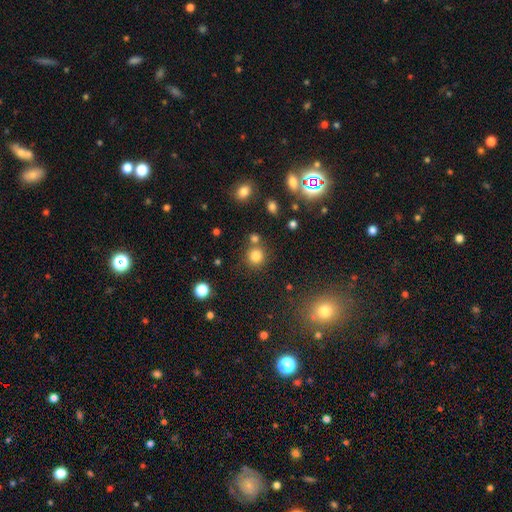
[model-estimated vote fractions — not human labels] Smooth or featured: smooth — 80% (star or artifact — 14%)
How rounded: round — 89% (in between — 10%)
Merging: none — 73% (merger — 15%)